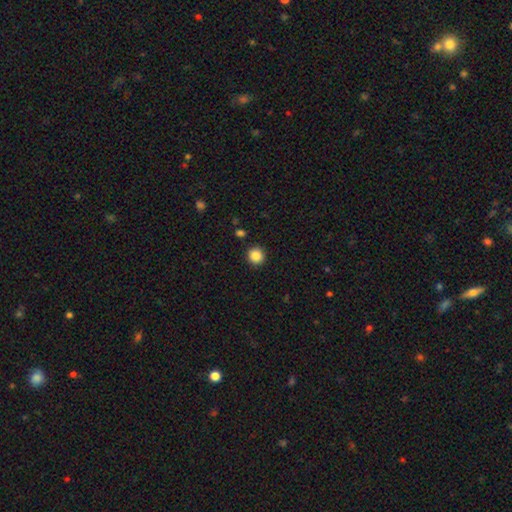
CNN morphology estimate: smooth_or_featured: smooth (p=0.86) [alt: star or artifact p=0.10]
how_rounded: round (p=0.93) [alt: in between p=0.06]
merging: none (p=0.92) [alt: minor disturbance p=0.05]